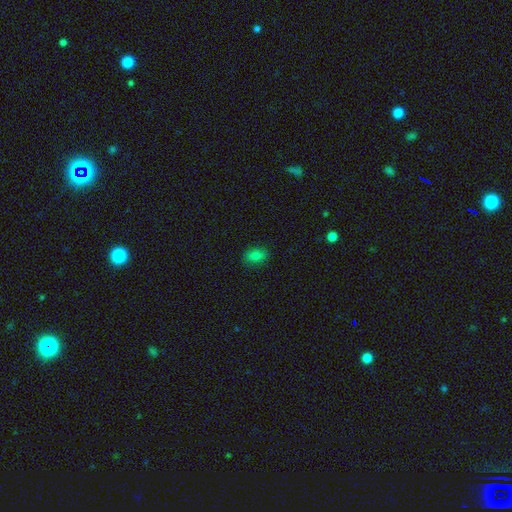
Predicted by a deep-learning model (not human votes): The model was most divided on "how rounded": in between: 77%, round: 22%, cigar-shaped: 1%. More confident: merging — none (86%); smooth or featured — smooth (81%).